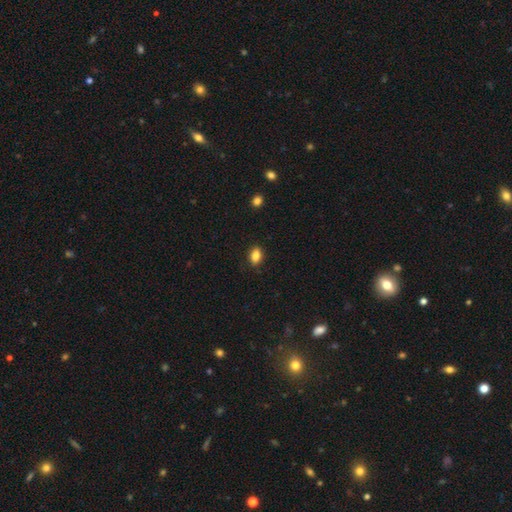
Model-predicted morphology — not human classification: Smooth or featured: smooth — 86% (star or artifact — 9%)
How rounded: in between — 82% (round — 16%)
Merging: none — 87% (minor disturbance — 10%)